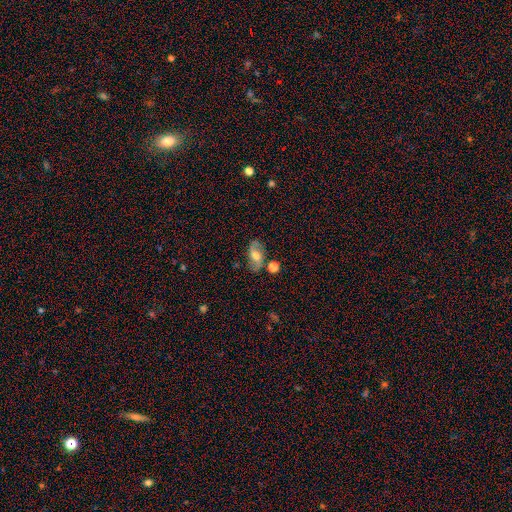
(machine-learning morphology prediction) A featured or disk galaxy (56%) with no bar (52%), spiral arms (81%) and a moderate central bulge (62%).

Vote fractions:
- Smooth or featured? featured or disk: 56% / smooth: 35% / star or artifact: 9%
- Edge-on disk? no: 92% / yes: 8%
- Bar? no: 52% / weak: 36% / strong: 12%
- Spiral arms? yes: 81% / no: 19%
- Bulge size? moderate: 62% / large: 21% / small: 12% / none: 2% / dominant: 2%
- Merging? none: 73% / minor disturbance: 16% / merger: 6% / major disturbance: 5%